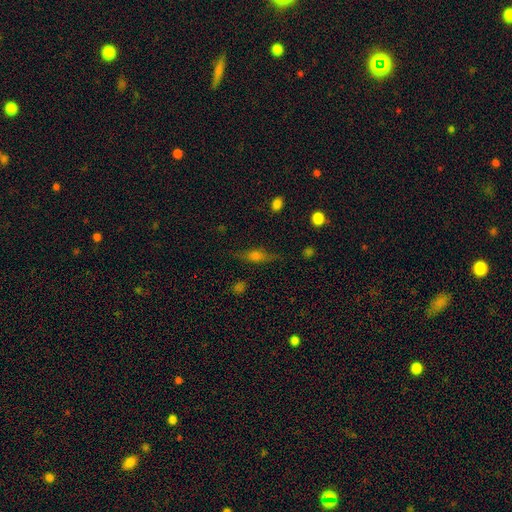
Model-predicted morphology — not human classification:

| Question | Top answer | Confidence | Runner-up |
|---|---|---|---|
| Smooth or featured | featured or disk | 47% | smooth (39%) |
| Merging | none | 77% | minor disturbance (16%) |